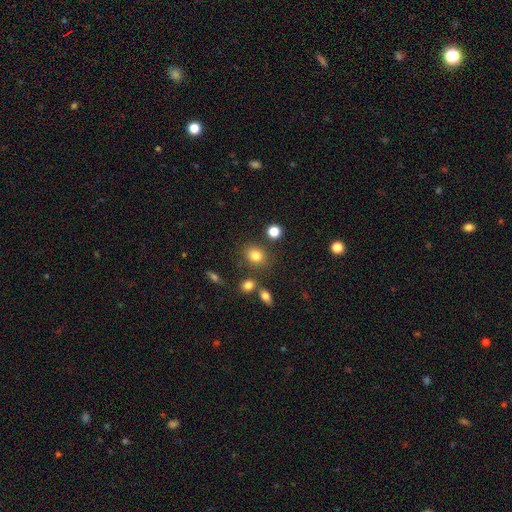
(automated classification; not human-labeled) smooth_or_featured: smooth (p=0.80) [alt: star or artifact p=0.12]
how_rounded: round (p=0.62) [alt: in between p=0.37]
merging: none (p=0.77) [alt: minor disturbance p=0.11]